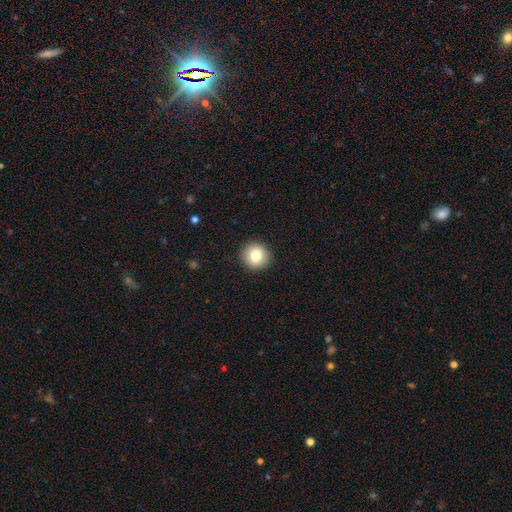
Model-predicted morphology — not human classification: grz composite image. It shows a smooth galaxy with no disk features (80%) that is round (93%). Merging: none (92%).